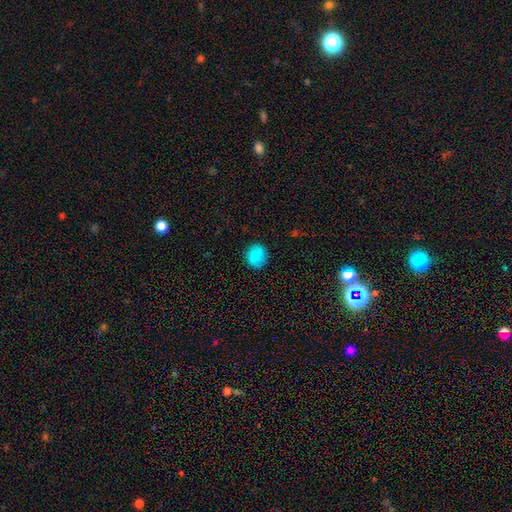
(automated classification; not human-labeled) Morphology: type=smooth (85%); roundness=round (83%); merging=none (89%).